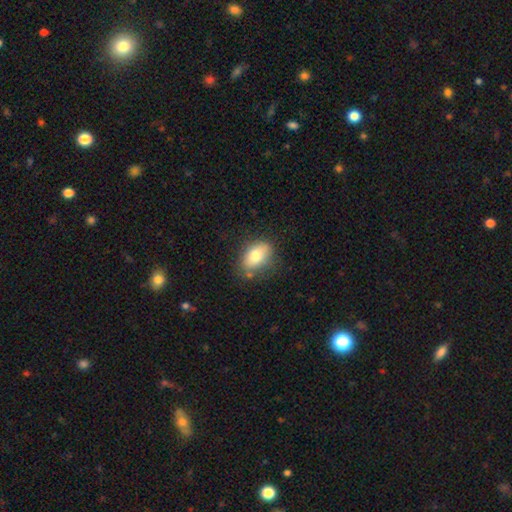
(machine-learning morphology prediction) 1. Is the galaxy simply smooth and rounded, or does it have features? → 77% smooth, 15% featured or disk, 8% star or artifact.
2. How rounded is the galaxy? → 86% in between, 11% round, 2% cigar-shaped.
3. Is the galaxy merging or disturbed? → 70% none, 21% minor disturbance, 6% major disturbance, 3% merger.